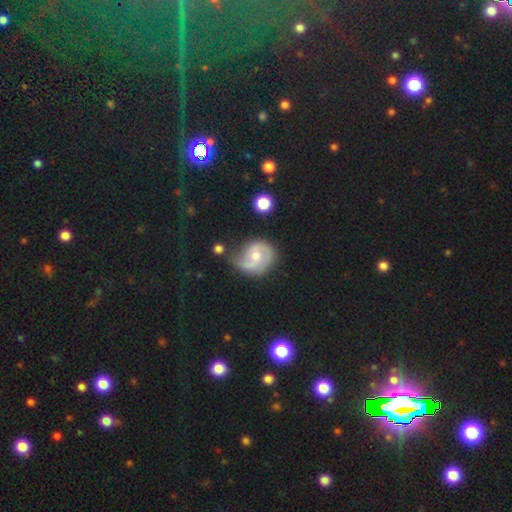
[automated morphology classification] Overall: featured or disk (74%). Edge-on disk: no (98%). Bar: no (56%; weak 37%). Spiral arms: yes (91%). Spiral arm count: 2 (71%). Spiral winding: medium (45%; tight 31%). Bulge size: moderate (60%; small 35%). Merging: none (56%; minor disturbance 27%).